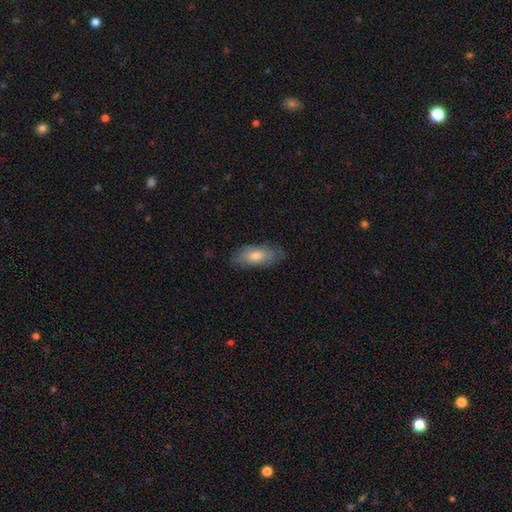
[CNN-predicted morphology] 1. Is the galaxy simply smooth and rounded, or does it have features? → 66% smooth, 27% featured or disk, 7% star or artifact.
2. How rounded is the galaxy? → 80% in between, 18% cigar-shaped, 3% round.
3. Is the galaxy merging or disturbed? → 75% none, 20% minor disturbance, 4% major disturbance, 1% merger.